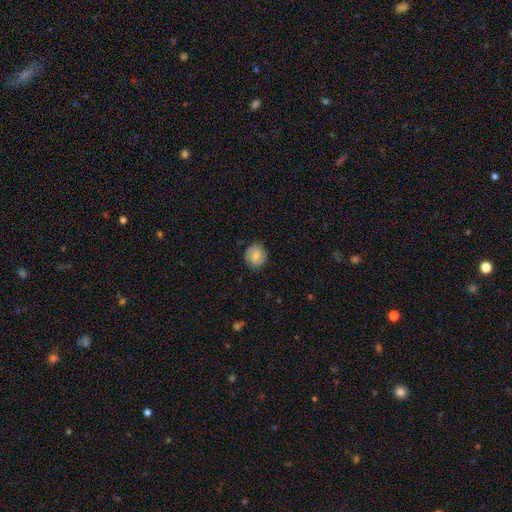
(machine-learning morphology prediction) The model was most divided on "smooth or featured": smooth: 74%, featured or disk: 18%, star or artifact: 7%. More confident: how rounded — round (86%); merging — none (85%).